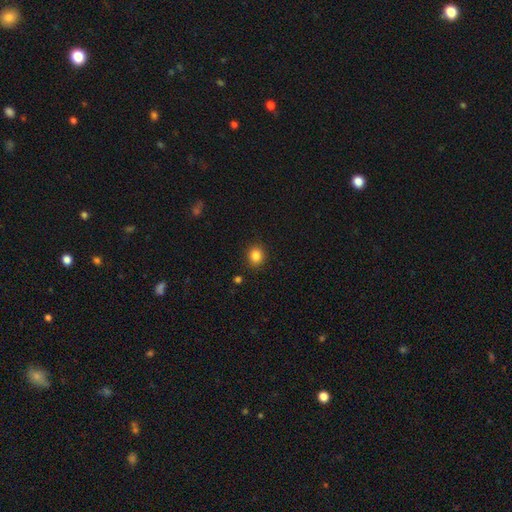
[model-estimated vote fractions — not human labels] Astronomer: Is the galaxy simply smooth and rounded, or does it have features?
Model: smooth — 85%.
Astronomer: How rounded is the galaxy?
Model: round — 78%.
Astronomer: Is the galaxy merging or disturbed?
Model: none — 89%.